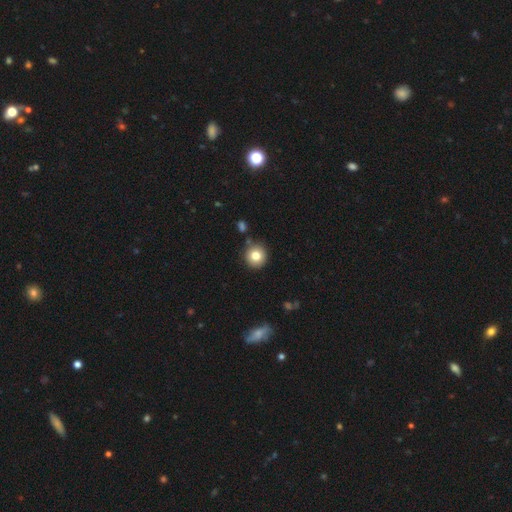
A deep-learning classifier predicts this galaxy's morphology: smooth_or_featured: smooth (p=0.80) [alt: star or artifact p=0.11]
how_rounded: round (p=0.93) [alt: in between p=0.06]
merging: none (p=0.84) [alt: minor disturbance p=0.09]